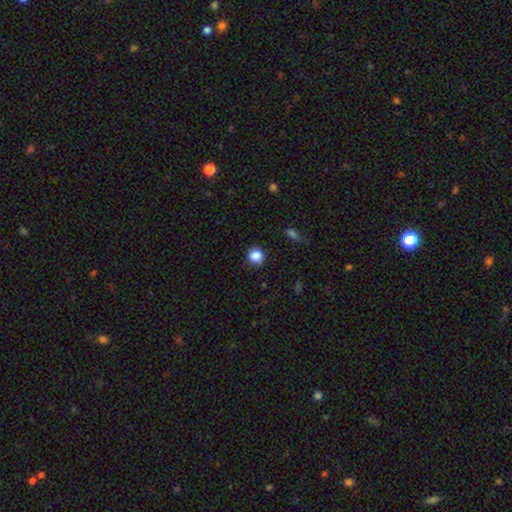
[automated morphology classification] A smooth galaxy with no disk features (85%) that is round (85%).

Vote fractions:
- Smooth or featured? smooth: 85% / star or artifact: 11% / featured or disk: 4%
- How rounded? round: 85% / in between: 14% / cigar-shaped: 1%
- Merging? none: 83% / minor disturbance: 12% / major disturbance: 3% / merger: 2%